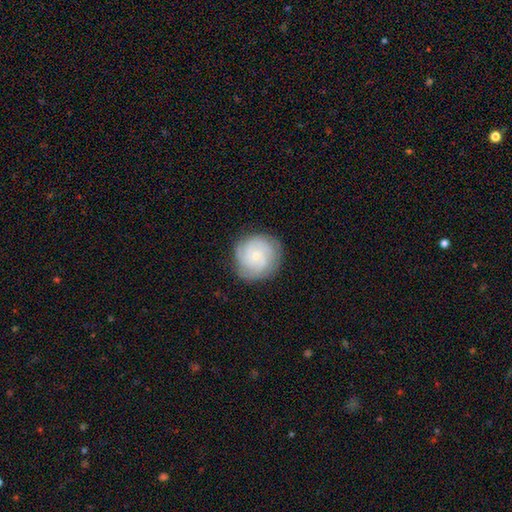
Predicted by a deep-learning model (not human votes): Morphology: type=featured or disk (67%); edge-on=no (98%); bar=no (76%); spiral arms=yes (94%); winding=tight (67%); arm count=3 (36%); bulge=small (72%); merging=none (82%).